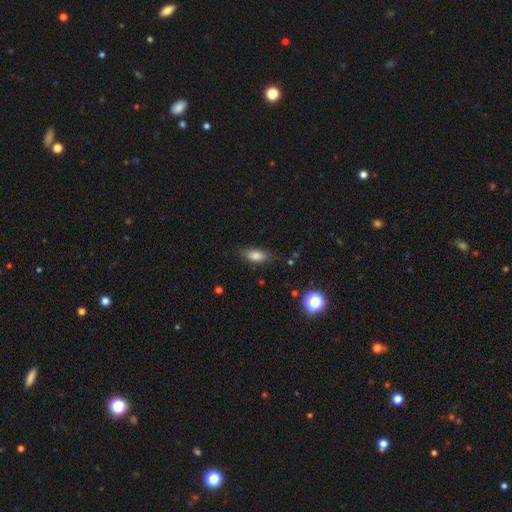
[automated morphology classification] type=smooth (82%); roundness=in between (84%); merging=none (75%).